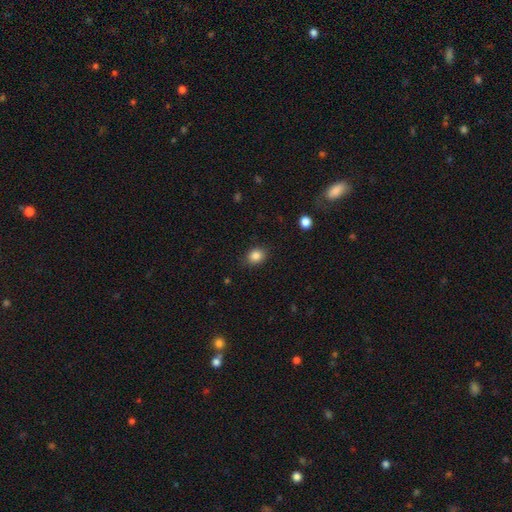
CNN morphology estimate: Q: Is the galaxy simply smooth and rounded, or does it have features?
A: smooth — 85%.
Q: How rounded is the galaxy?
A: round — 56%.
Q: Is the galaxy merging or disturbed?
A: none — 85%.